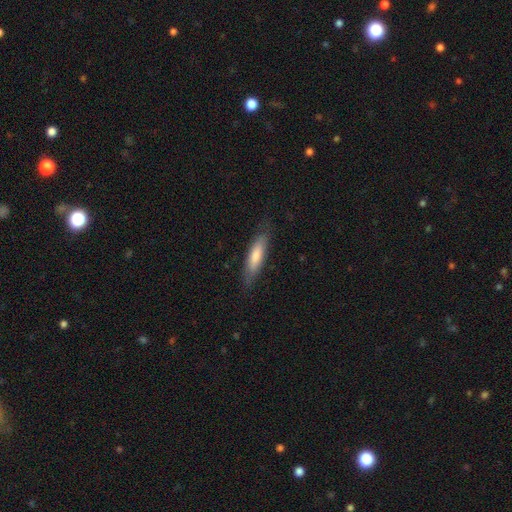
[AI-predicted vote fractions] Smooth or featured?
  - smooth: 70% *
  - featured or disk: 25%
  - star or artifact: 6%
How rounded?
  - cigar-shaped: 70% *
  - in between: 28%
  - round: 1%
Merging?
  - none: 80% *
  - minor disturbance: 15%
  - major disturbance: 4%
  - merger: 1%